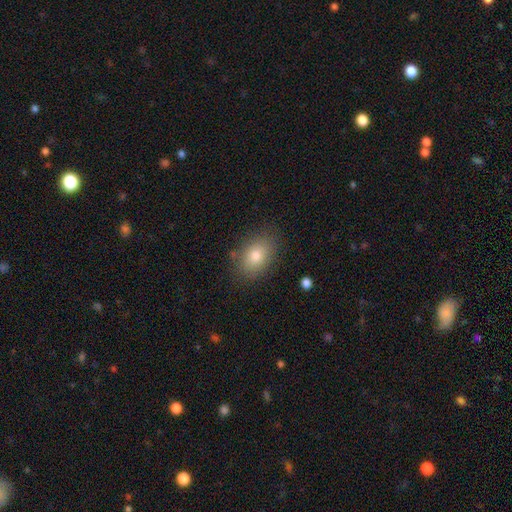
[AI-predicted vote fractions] A smooth galaxy with no disk features (79%) that is in between round and cigar-shaped (80%).

Vote fractions:
- Smooth or featured? smooth: 79% / featured or disk: 11% / star or artifact: 9%
- How rounded? in between: 80% / round: 19% / cigar-shaped: 1%
- Merging? none: 83% / minor disturbance: 12% / major disturbance: 3% / merger: 2%